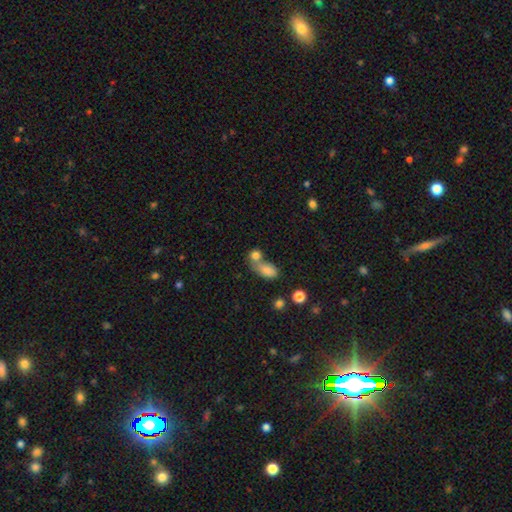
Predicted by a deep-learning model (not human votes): smooth 79%, star or artifact 11%, featured or disk 10%. Down the decision tree: how rounded — in between (61%); merging — merger (56%).